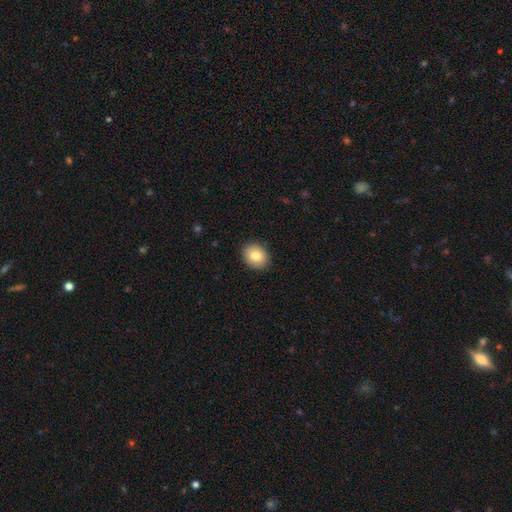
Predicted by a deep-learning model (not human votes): smooth 81%, featured or disk 11%, star or artifact 8%. Down the decision tree: how rounded — round (60%); merging — none (90%).